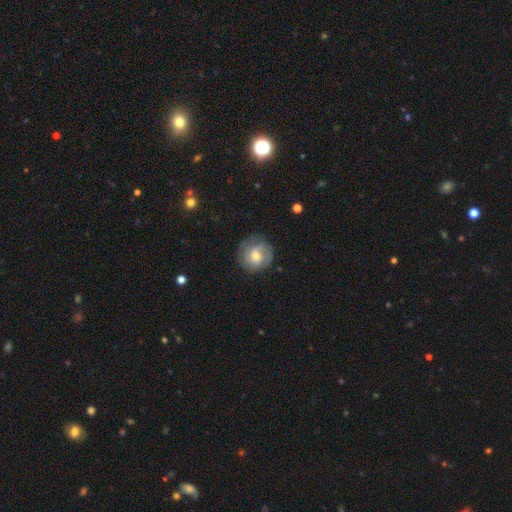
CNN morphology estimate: This appears to be a featured or disk galaxy (50%). Merging: none (72%).